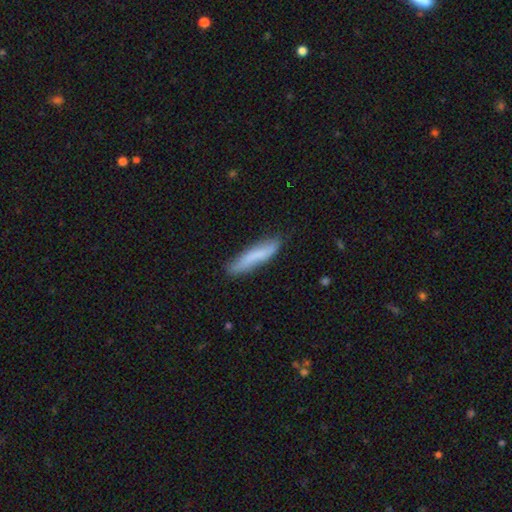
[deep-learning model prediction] smooth_or_featured: smooth (p=0.72) [alt: featured or disk p=0.22]
how_rounded: cigar-shaped (p=0.84) [alt: in between p=0.14]
merging: none (p=0.77) [alt: minor disturbance p=0.18]